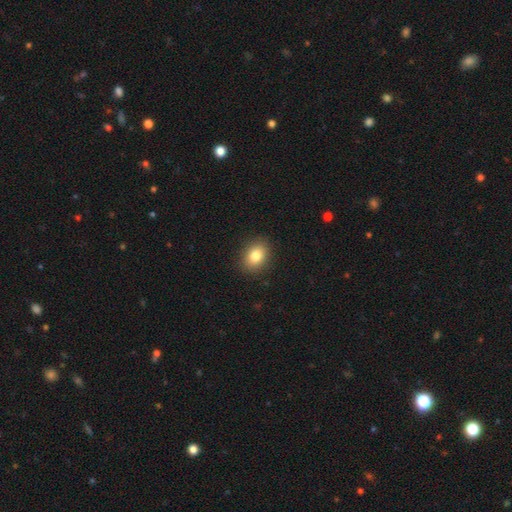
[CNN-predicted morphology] A smooth galaxy with no disk features (83%) that is in between round and cigar-shaped (61%).

Vote fractions:
- Smooth or featured? smooth: 83% / star or artifact: 10% / featured or disk: 8%
- How rounded? in between: 61% / round: 38% / cigar-shaped: 1%
- Merging? none: 90% / minor disturbance: 7% / major disturbance: 2% / merger: 1%